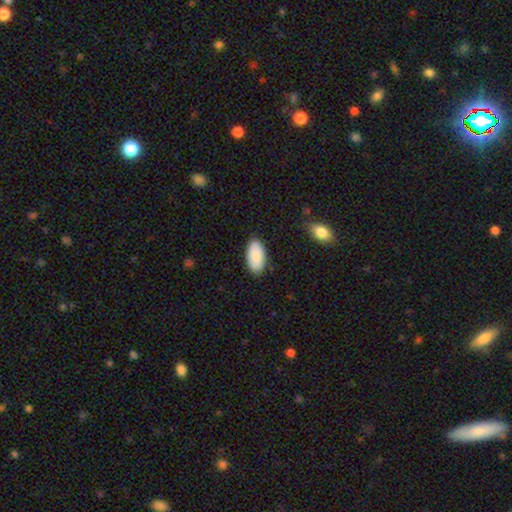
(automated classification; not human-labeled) This is clearly a smooth galaxy (87%). How rounded: clearly in between (95%). Merging: clearly none (86%).